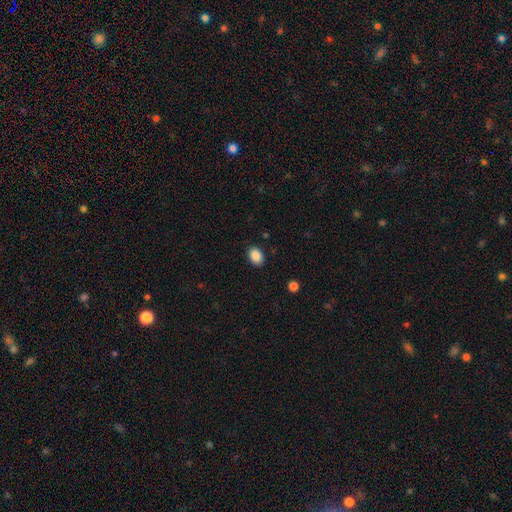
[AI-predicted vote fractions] The model was most divided on "how rounded": in between: 74%, round: 25%, cigar-shaped: 1%. More confident: merging — none (89%); smooth or featured — smooth (88%).